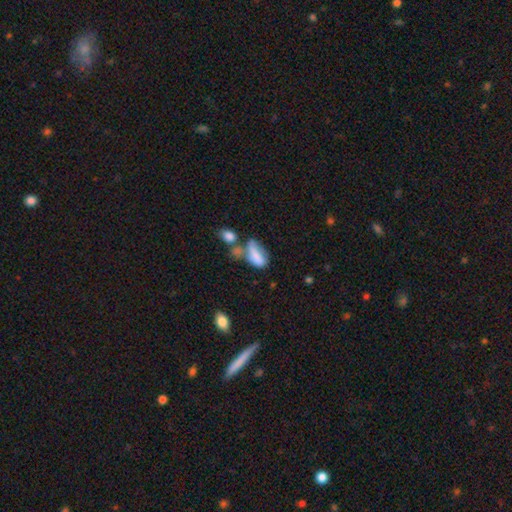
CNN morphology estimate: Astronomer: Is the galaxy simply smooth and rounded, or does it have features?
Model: smooth — 73%.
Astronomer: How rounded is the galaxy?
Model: in between — 83%.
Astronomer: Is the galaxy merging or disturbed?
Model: merger — 40% (runner-up: none, 23%).